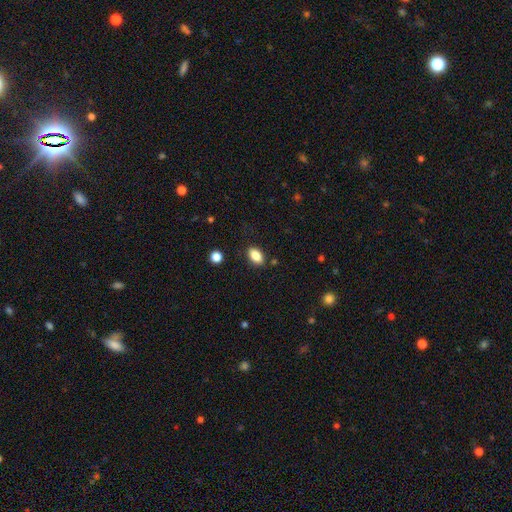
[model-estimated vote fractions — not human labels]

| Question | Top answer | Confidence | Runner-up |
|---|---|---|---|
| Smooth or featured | smooth | 85% | star or artifact (9%) |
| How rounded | in between | 89% | round (8%) |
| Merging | none | 85% | minor disturbance (10%) |